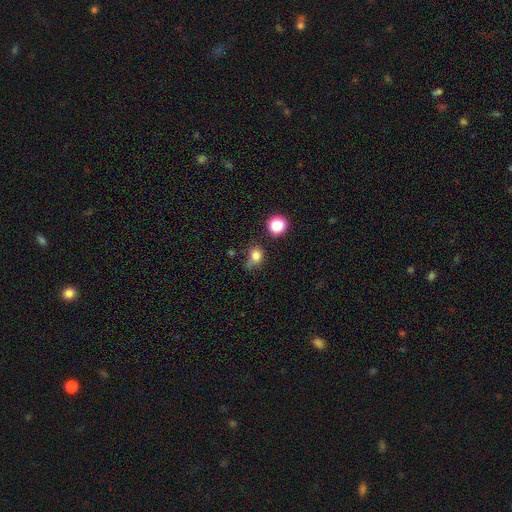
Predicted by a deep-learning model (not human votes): Overall: smooth (79%). How rounded: round (66%; in between 32%). Merging: none (50%; minor disturbance 31%).